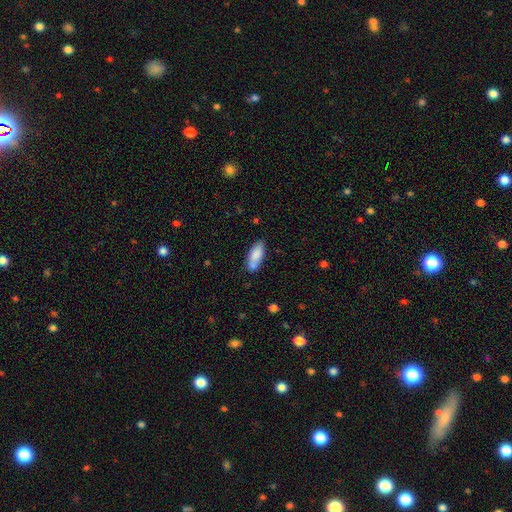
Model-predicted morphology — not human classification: The model was most divided on "merging": none: 62%, minor disturbance: 19%, merger: 15%, major disturbance: 4%. More confident: smooth or featured — smooth (81%); how rounded — in between (74%).